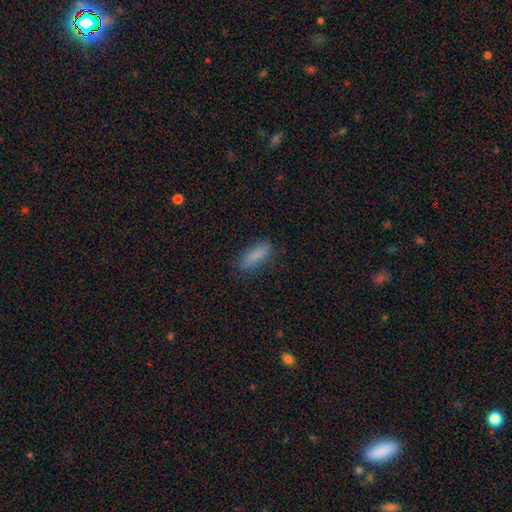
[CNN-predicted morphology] A smooth galaxy with no disk features (83%) that is in between round and cigar-shaped (60%).

Vote fractions:
- Smooth or featured? smooth: 83% / featured or disk: 9% / star or artifact: 8%
- How rounded? in between: 60% / cigar-shaped: 38% / round: 2%
- Merging? none: 77% / minor disturbance: 17% / major disturbance: 5% / merger: 1%